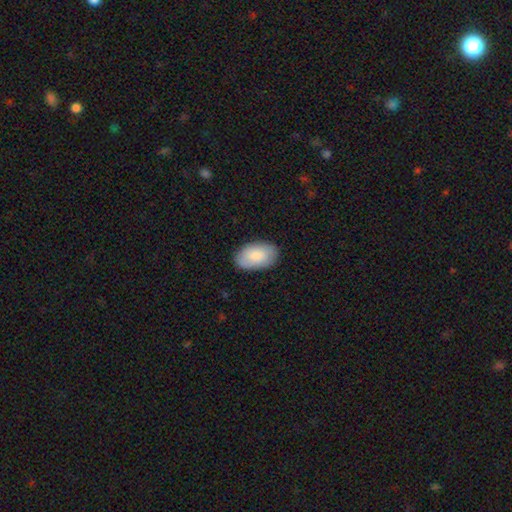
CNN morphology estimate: A smooth galaxy with no disk features (86%) that is in between round and cigar-shaped (95%). Merging: none (86%).